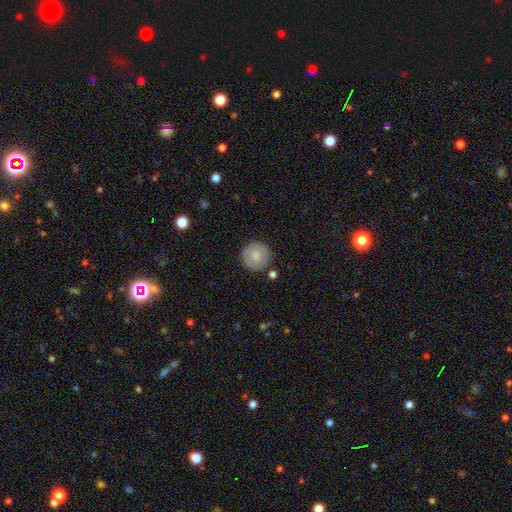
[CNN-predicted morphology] Overall: smooth (81%). How rounded: round (96%). Merging: none (88%).